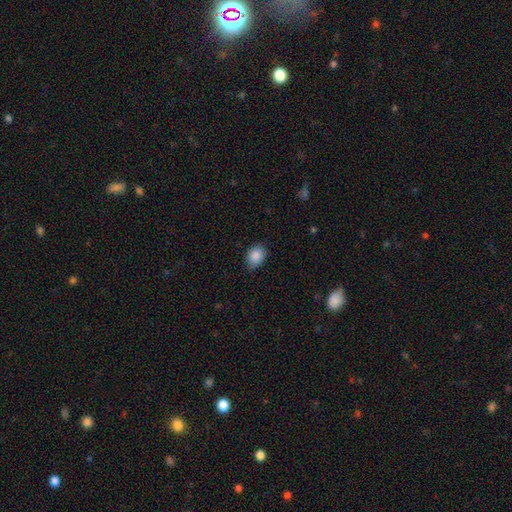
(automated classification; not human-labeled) smooth 88%, star or artifact 8%, featured or disk 4%. Down the decision tree: how rounded — in between (65%); merging — none (78%).